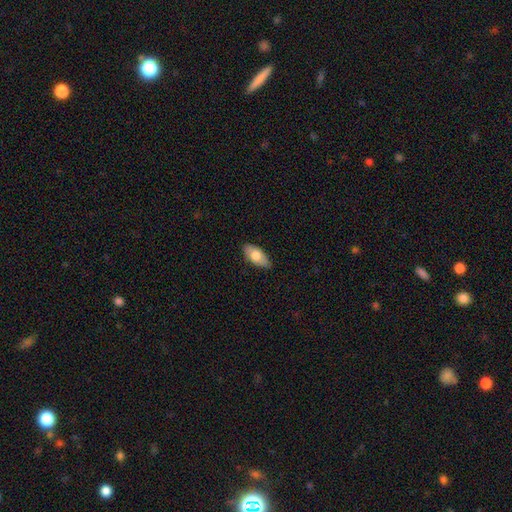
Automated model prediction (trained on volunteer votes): Morphology: type=smooth (73%); roundness=in between (92%); merging=none (85%).